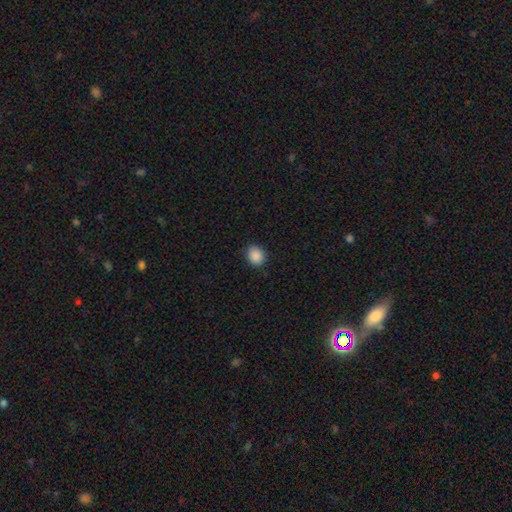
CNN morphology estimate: The model was most divided on "how rounded": round: 66%, in between: 33%, cigar-shaped: 1%. More confident: merging — none (89%); smooth or featured — smooth (89%).